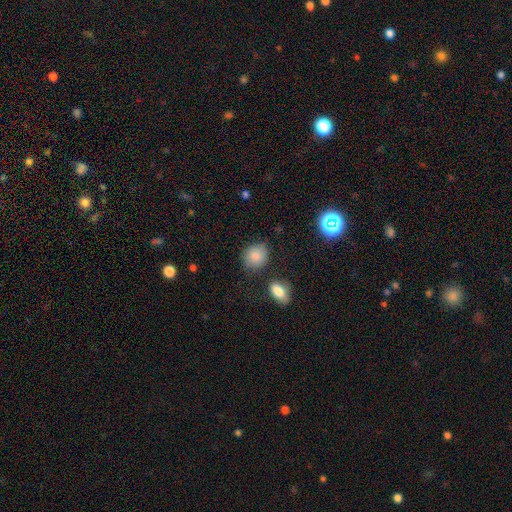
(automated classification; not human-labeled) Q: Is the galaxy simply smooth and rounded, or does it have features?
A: smooth — 84%.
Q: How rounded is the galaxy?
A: round — 70%.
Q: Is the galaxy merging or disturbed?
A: none — 73%.